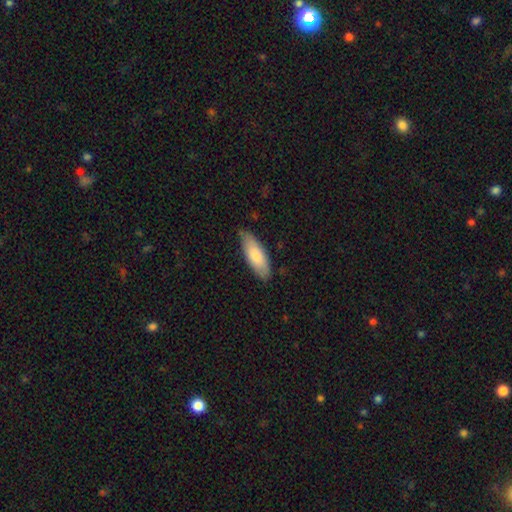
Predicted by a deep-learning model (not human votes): A smooth galaxy with no disk features (78%) that is in between round and cigar-shaped (72%). Merging: none (78%).